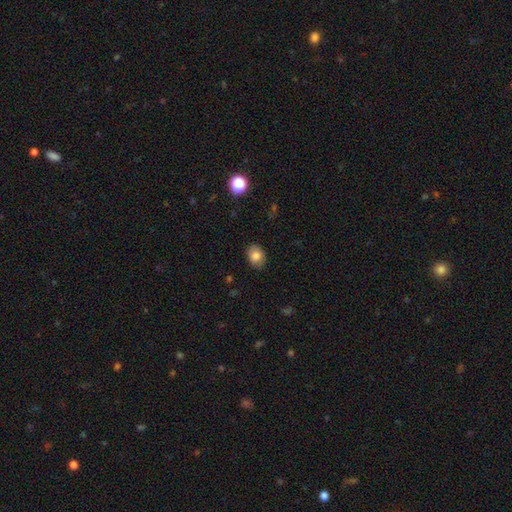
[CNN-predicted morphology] smooth 82%, star or artifact 9%, featured or disk 9%. Down the decision tree: how rounded — in between (65%); merging — none (86%).